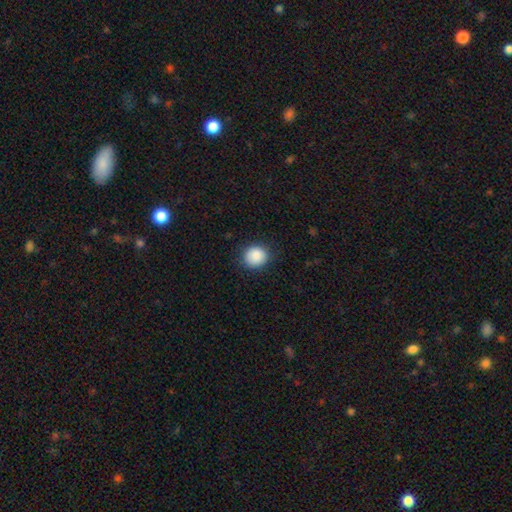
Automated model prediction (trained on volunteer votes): The model was most divided on "how rounded": round: 78%, in between: 21%, cigar-shaped: 1%. More confident: smooth or featured — smooth (88%); merging — none (86%).